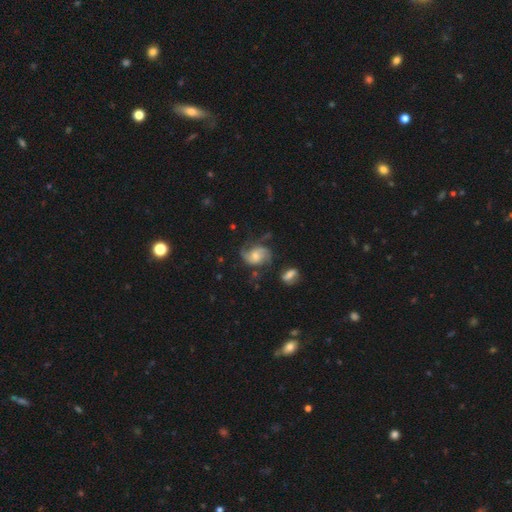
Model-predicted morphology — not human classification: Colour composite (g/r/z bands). It shows a featured or disk galaxy (75%) with no bar (60%), 2 (71%) medium (46%) spiral arms (93%) and a moderate central bulge (50%). Merging: none (52%).